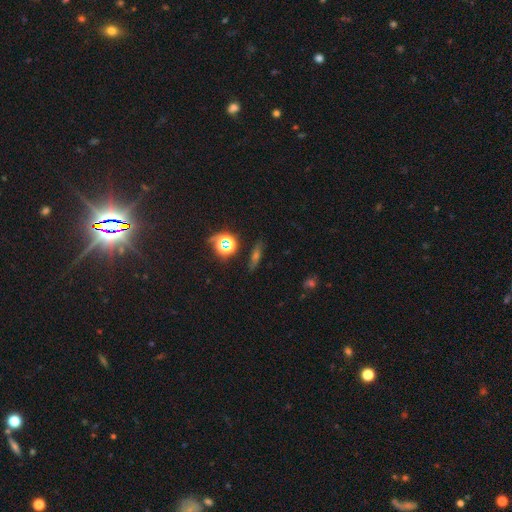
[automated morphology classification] Overall: star or artifact (38%; smooth 32%).